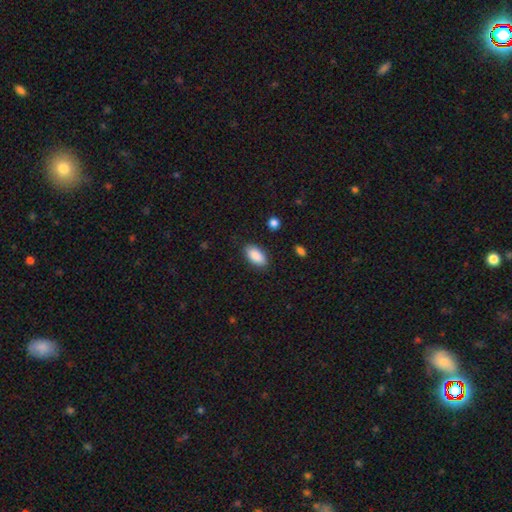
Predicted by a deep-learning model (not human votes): Smooth or featured: smooth — 89% (star or artifact — 6%)
How rounded: in between — 92% (cigar-shaped — 5%)
Merging: none — 87% (minor disturbance — 9%)